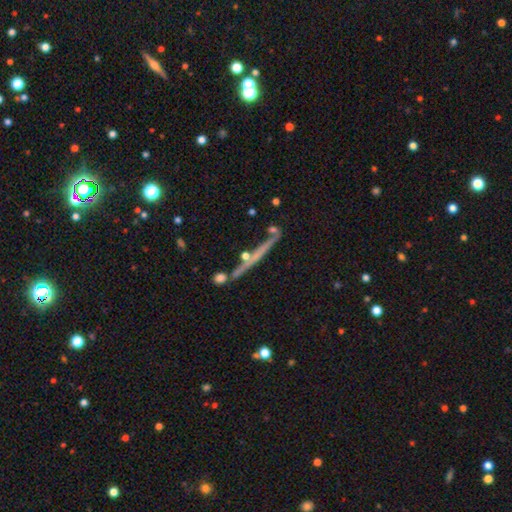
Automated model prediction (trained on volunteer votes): Smooth or featured? Predicted: featured or disk (p=0.70). Edge-on disk? Predicted: yes (p=0.95). Edge-on bulge? Predicted: none (p=0.50). Merging? Predicted: none (p=0.74).